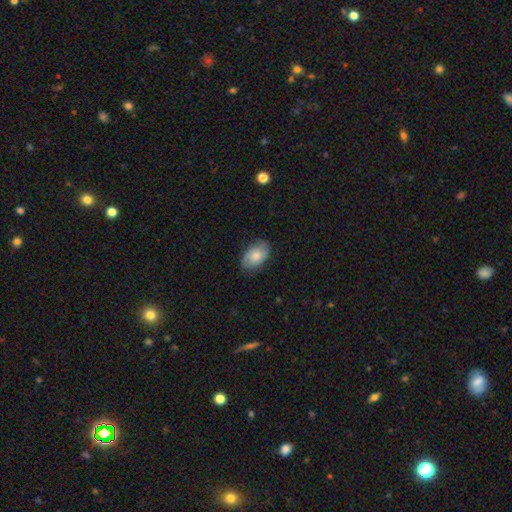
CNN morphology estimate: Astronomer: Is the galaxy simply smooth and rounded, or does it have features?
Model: smooth — 64%.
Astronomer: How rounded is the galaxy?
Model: in between — 90%.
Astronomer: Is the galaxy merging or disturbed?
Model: none — 77%.